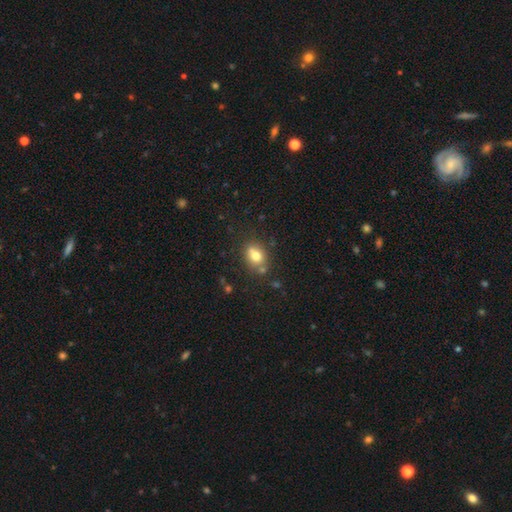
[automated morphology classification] A smooth galaxy with no disk features (74%) that is in between round and cigar-shaped (54%). Merging: none (65%).